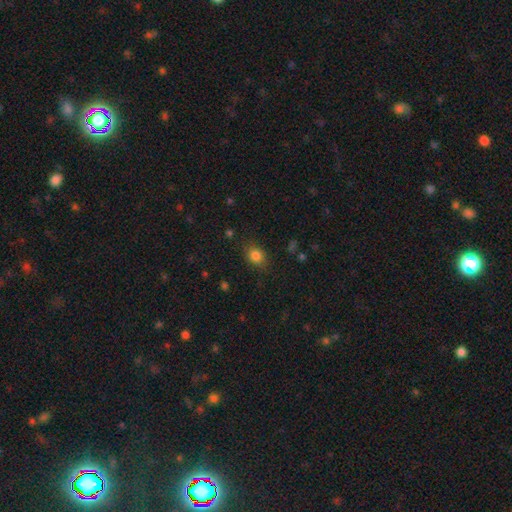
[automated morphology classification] Smooth or featured? Predicted: smooth (p=0.81). How rounded? Predicted: in between (p=0.51). Merging? Predicted: none (p=0.83).